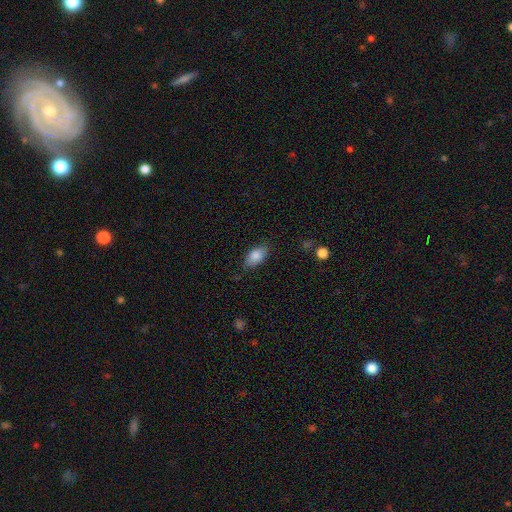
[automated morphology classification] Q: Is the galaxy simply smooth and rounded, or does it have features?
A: smooth — 85%.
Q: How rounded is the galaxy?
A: in between — 91%.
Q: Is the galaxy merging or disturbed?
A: none — 80%.